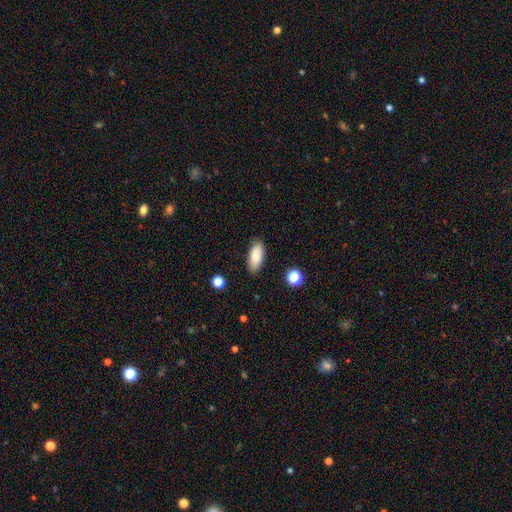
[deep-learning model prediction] smooth 85%, featured or disk 8%, star or artifact 7%. Down the decision tree: how rounded — in between (83%); merging — none (86%).